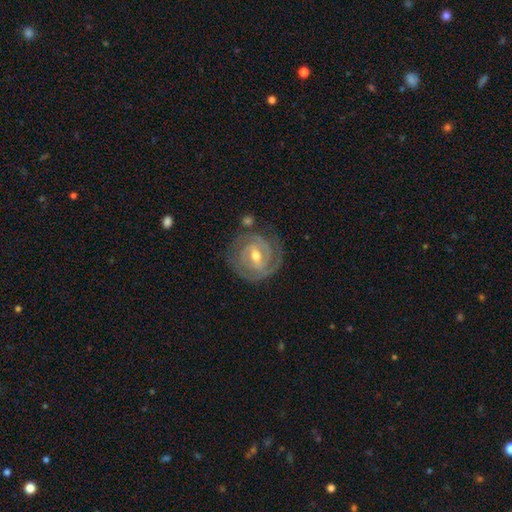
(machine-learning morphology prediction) type=featured or disk (90%); edge-on=no (97%); bar=weak (50%); spiral arms=yes (97%); winding=tight (78%); arm count=2 (66%); bulge=moderate (68%); merging=none (79%).